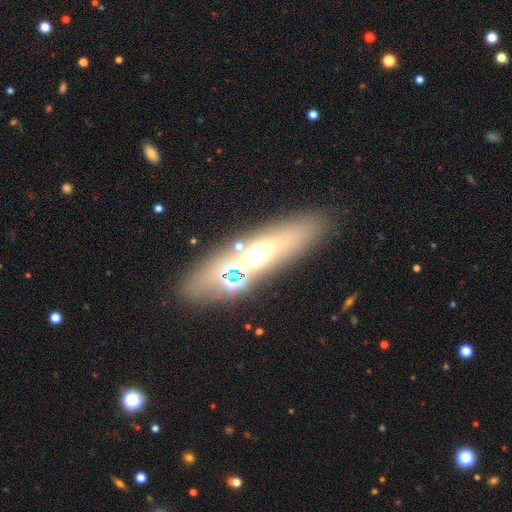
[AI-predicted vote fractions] Smooth or featured: featured or disk — 42% (smooth — 41%)
Merging: none — 78% (minor disturbance — 10%)